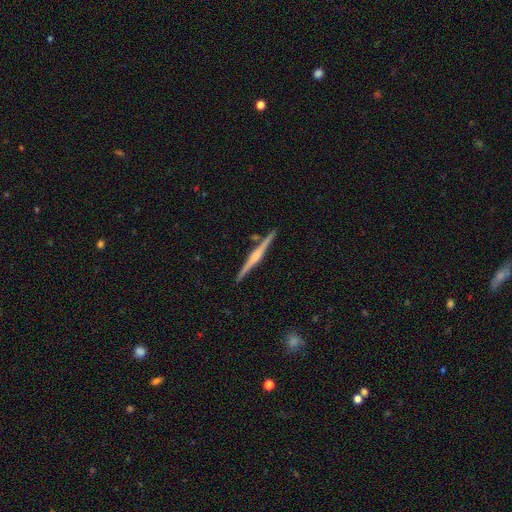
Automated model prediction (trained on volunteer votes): Overall: featured or disk (76%). Edge-on disk: yes (98%). Edge-on bulge: rounded (63%). Merging: none (90%).